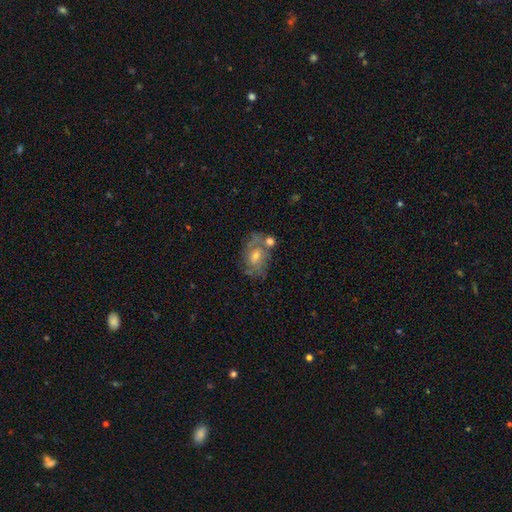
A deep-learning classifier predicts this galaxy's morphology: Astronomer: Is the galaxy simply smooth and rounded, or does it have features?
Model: featured or disk — 60%.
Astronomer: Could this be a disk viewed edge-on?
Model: no — 95%.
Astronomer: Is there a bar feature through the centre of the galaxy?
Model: no — 61%.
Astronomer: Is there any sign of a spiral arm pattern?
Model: yes — 68%.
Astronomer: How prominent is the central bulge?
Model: moderate — 51% (runner-up: small, 41%).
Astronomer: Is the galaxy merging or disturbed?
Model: none — 51%.